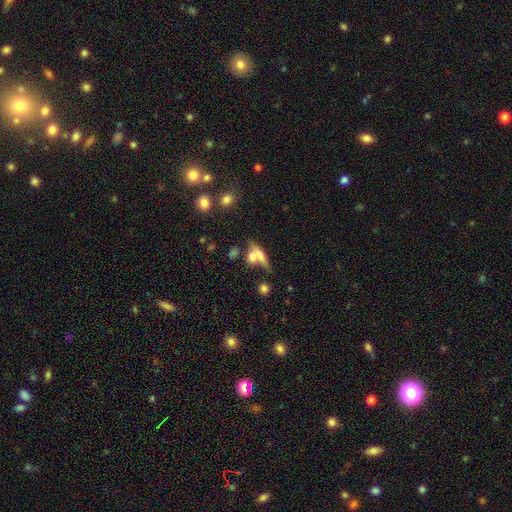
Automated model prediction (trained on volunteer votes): A smooth galaxy with no disk features (55%) that is in between round and cigar-shaped (44%).

Vote fractions:
- Smooth or featured? smooth: 55% / featured or disk: 35% / star or artifact: 10%
- How rounded? in between: 44% / cigar-shaped: 43% / round: 13%
- Merging? merger: 43% / none: 39% / minor disturbance: 11% / major disturbance: 7%